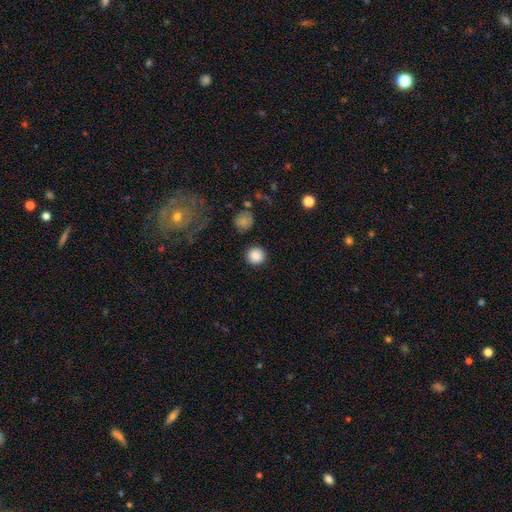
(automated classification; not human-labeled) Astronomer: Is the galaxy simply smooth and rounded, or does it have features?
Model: smooth — 87%.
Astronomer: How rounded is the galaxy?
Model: round — 95%.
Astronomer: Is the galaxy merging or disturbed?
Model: none — 90%.